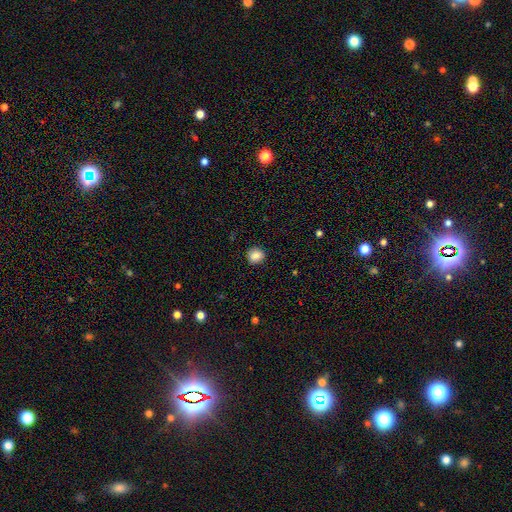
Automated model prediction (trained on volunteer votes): smooth 86%, star or artifact 9%, featured or disk 5%. Down the decision tree: how rounded — round (85%); merging — none (88%).